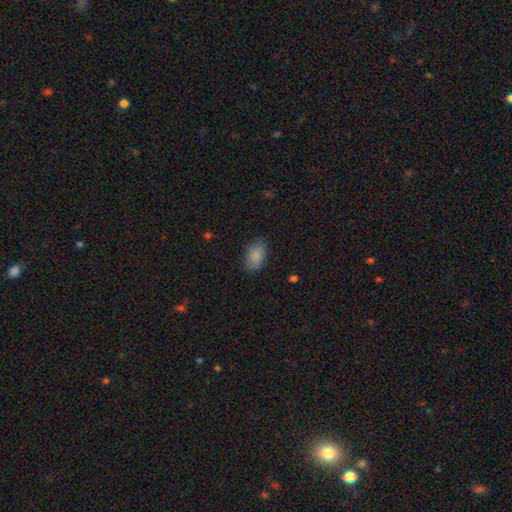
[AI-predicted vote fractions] This is clearly a smooth galaxy (88%). How rounded: clearly in between (91%). Merging: clearly none (83%).